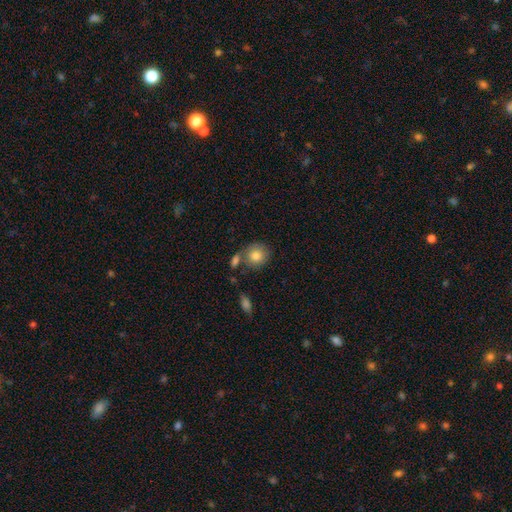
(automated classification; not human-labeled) This appears to be a smooth galaxy with no disk features (81%) that is round (82%). Merging: none (61%).